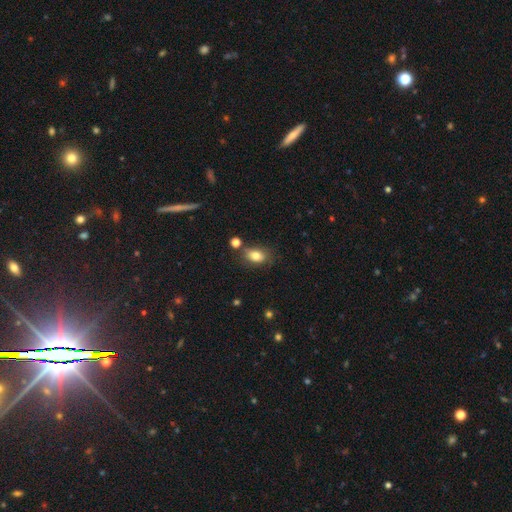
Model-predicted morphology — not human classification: Overall: smooth (80%). How rounded: in between (81%). Merging: none (67%).